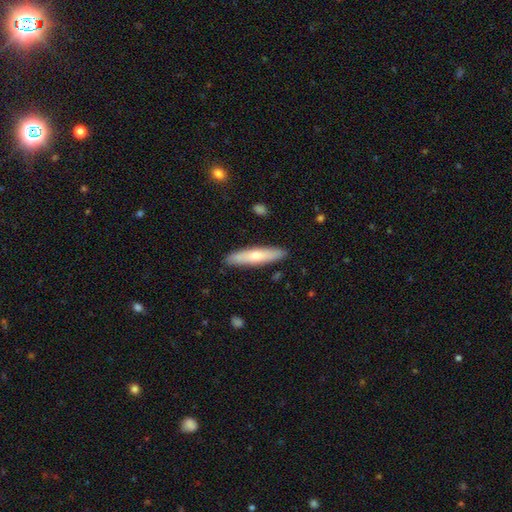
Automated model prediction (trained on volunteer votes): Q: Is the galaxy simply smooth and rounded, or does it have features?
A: smooth — 63%.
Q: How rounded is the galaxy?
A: cigar-shaped — 84%.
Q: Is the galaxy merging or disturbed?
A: none — 89%.